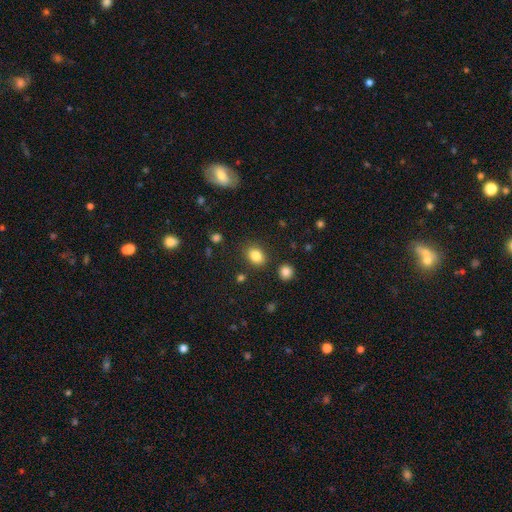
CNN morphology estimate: Smooth or featured? Predicted: smooth (p=0.84). How rounded? Predicted: in between (p=0.65). Merging? Predicted: none (p=0.83).